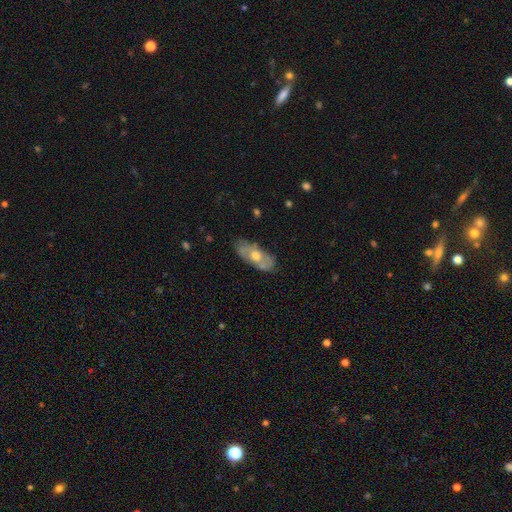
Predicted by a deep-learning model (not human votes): The model was most divided on "smooth or featured": featured or disk: 53%, smooth: 41%, star or artifact: 6%. More confident: edge-on disk — no (78%); merging — none (77%).